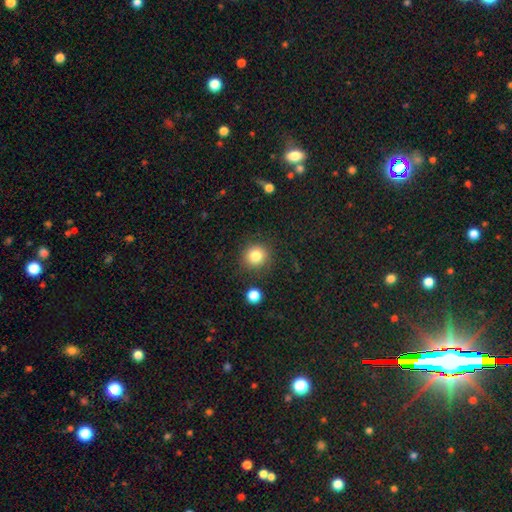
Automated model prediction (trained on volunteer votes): Morphology: type=smooth (82%); roundness=round (91%); merging=none (84%).